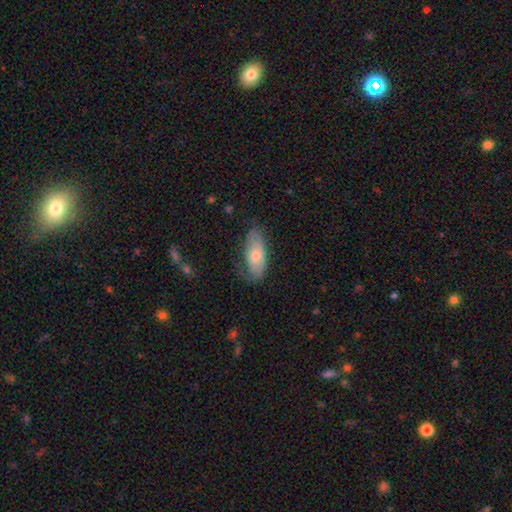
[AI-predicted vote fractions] A smooth galaxy with no disk features (66%) that is in between round and cigar-shaped (83%).

Vote fractions:
- Smooth or featured? smooth: 66% / featured or disk: 28% / star or artifact: 6%
- How rounded? in between: 83% / cigar-shaped: 15% / round: 3%
- Merging? none: 68% / minor disturbance: 24% / major disturbance: 6% / merger: 1%